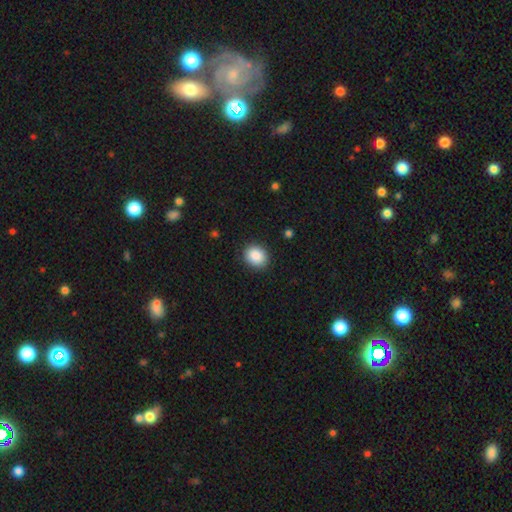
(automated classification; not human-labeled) smooth 88%, star or artifact 8%, featured or disk 3%. Down the decision tree: how rounded — round (63%); merging — none (88%).